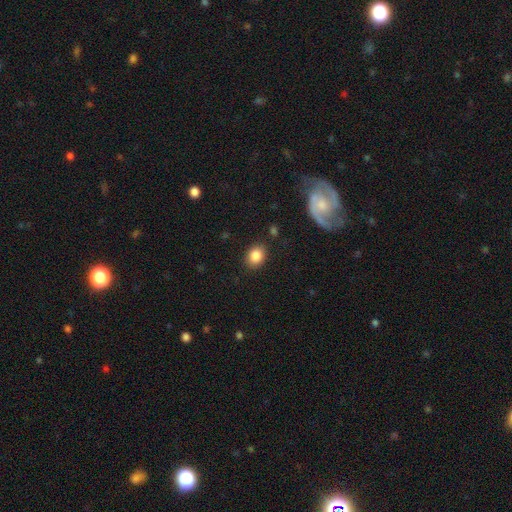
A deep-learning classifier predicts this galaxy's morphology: Smooth or featured? smooth (85%)
How rounded? in between (50%)
Merging? none (86%)